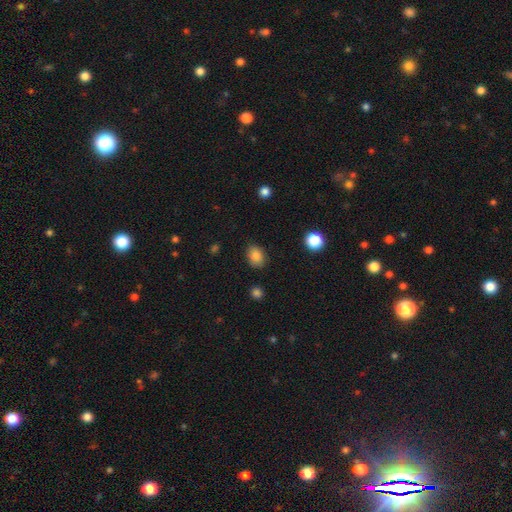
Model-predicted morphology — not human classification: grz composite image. It shows a smooth galaxy with no disk features (84%) that is in between round and cigar-shaped (69%). Merging: none (85%).